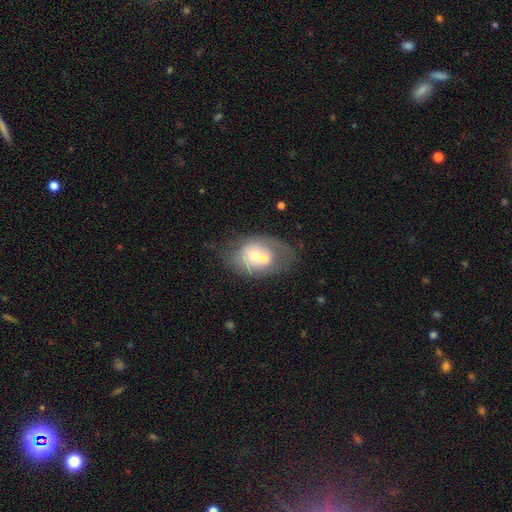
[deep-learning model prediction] Smooth or featured: featured or disk — 46% (smooth — 45%)
Merging: merger — 36% (none — 32%)